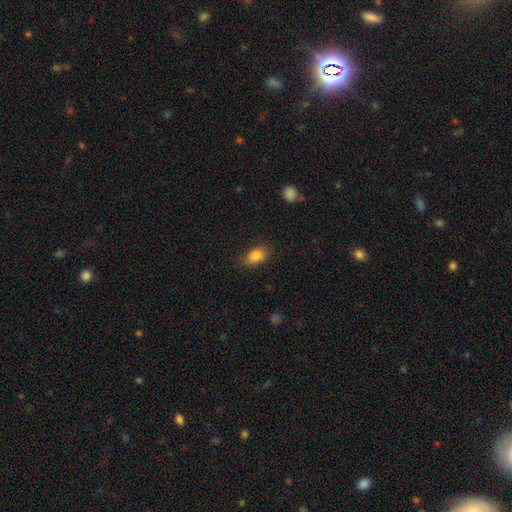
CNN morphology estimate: type=smooth (85%); roundness=in between (88%); merging=none (83%).